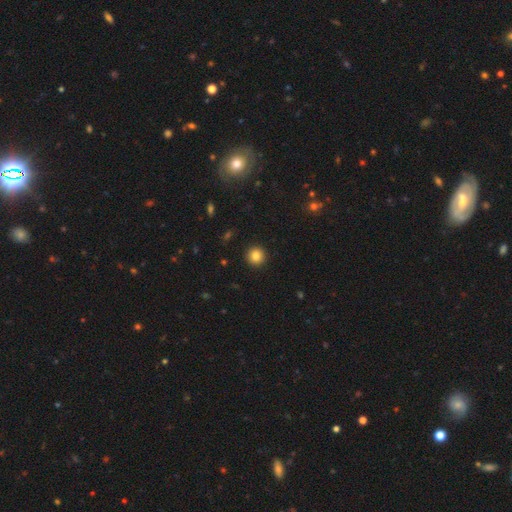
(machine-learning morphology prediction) Smooth or featured? smooth (84%)
How rounded? round (95%)
Merging? none (93%)